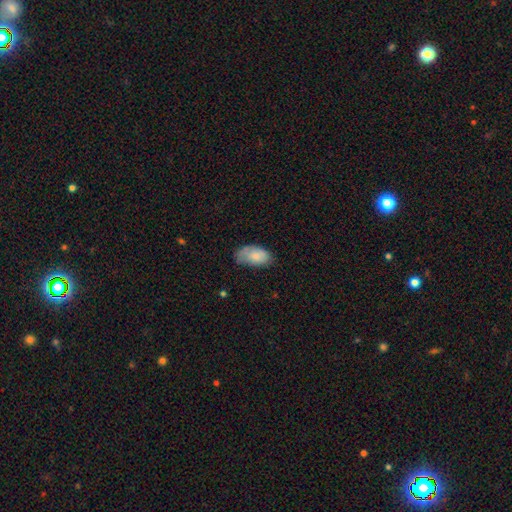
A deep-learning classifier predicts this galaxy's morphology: Overall: smooth (78%). How rounded: in between (94%). Merging: none (54%; minor disturbance 35%).